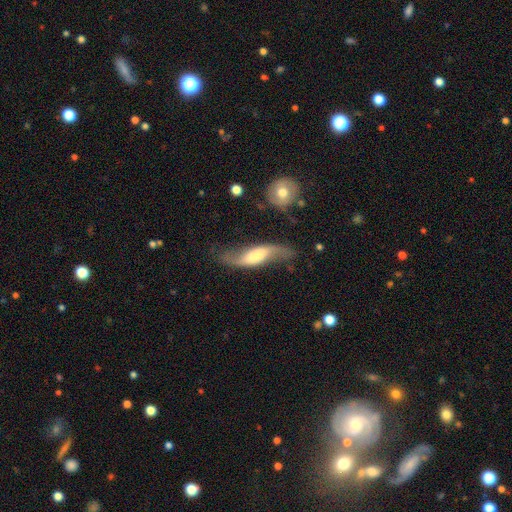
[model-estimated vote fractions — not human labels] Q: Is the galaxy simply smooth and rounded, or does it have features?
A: featured or disk — 68%.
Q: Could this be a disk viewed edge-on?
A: no — 80%.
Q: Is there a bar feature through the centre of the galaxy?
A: weak — 41%.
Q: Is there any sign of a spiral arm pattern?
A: yes — 91%.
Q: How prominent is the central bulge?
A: moderate — 38%.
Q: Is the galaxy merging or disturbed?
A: none — 61%.